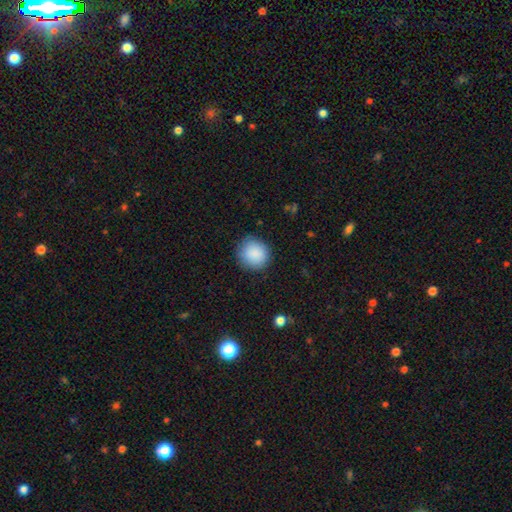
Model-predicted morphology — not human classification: smooth-or-featured: smooth: 89% | star or artifact: 7% | featured or disk: 4%
  how-rounded: round: 89% | in between: 10% | cigar-shaped: 1%
  merging: none: 86% | minor disturbance: 10% | major disturbance: 3% | merger: 1%